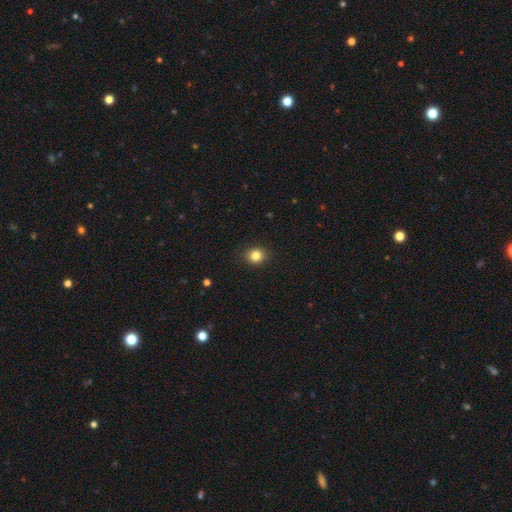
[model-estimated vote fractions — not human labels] This appears to be a smooth galaxy with no disk features (83%) that is round (75%). Merging: none (89%).